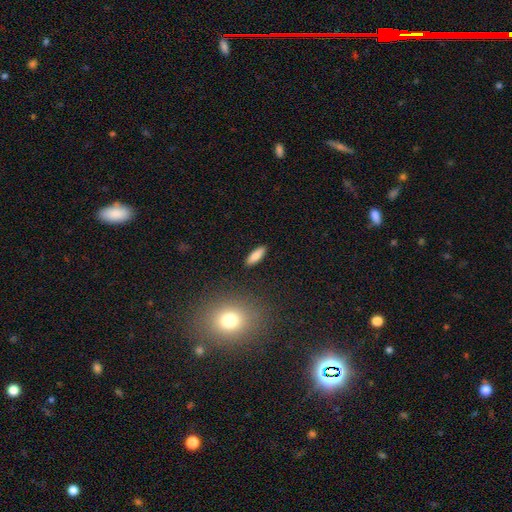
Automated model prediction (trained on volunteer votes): Smooth or featured: smooth — 85% (featured or disk — 8%)
How rounded: in between — 51% (cigar-shaped — 47%)
Merging: none — 89% (minor disturbance — 7%)